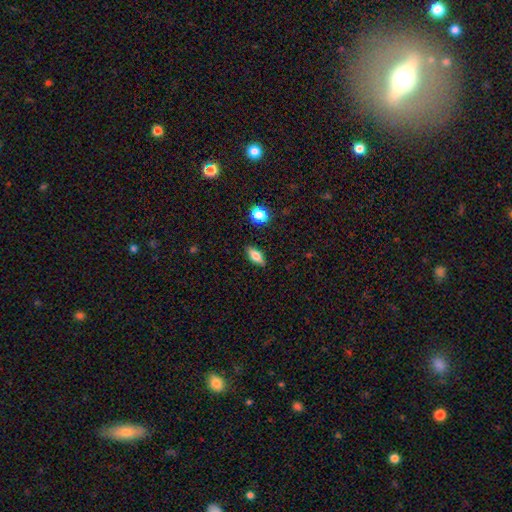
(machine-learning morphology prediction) Smooth or featured?
  - smooth: 68% *
  - featured or disk: 23%
  - star or artifact: 9%
How rounded?
  - in between: 72% *
  - cigar-shaped: 23%
  - round: 5%
Merging?
  - none: 86% *
  - minor disturbance: 10%
  - major disturbance: 2%
  - merger: 2%